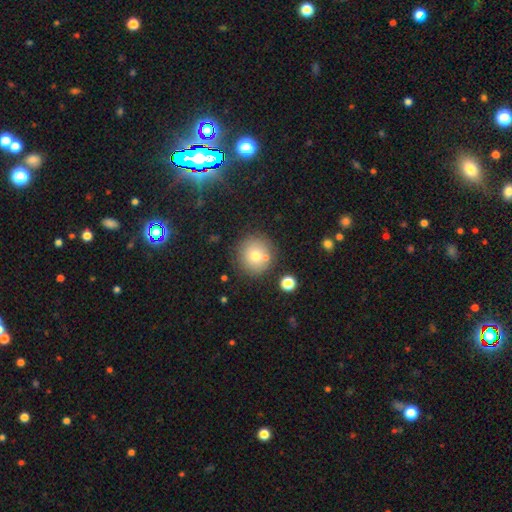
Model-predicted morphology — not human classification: Q: Smooth or featured?
A: smooth (72%); runner-up: featured or disk (16%)
Q: How rounded?
A: round (94%); runner-up: in between (5%)
Q: Merging?
A: none (75%); runner-up: merger (12%)